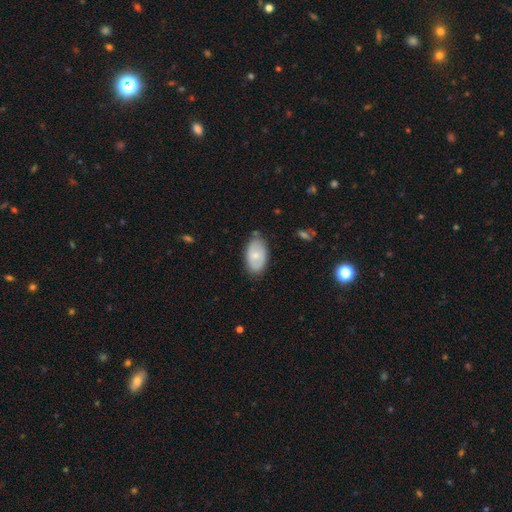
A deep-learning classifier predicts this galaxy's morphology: This is likely a smooth galaxy (62%). How rounded: clearly in between (93%). Merging: likely none (76%).